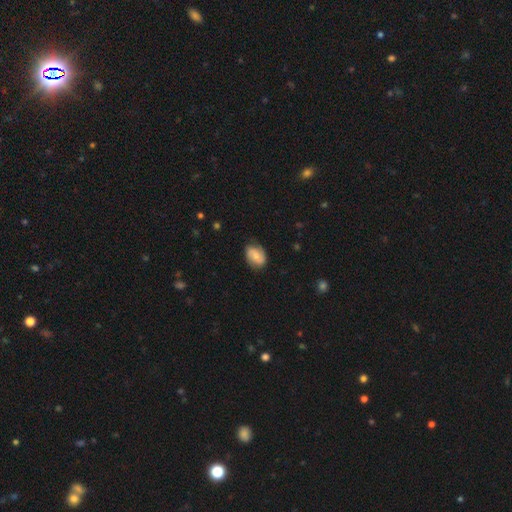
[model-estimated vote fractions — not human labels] Smooth or featured: featured or disk — 48% (smooth — 45%)
Merging: none — 75% (minor disturbance — 19%)